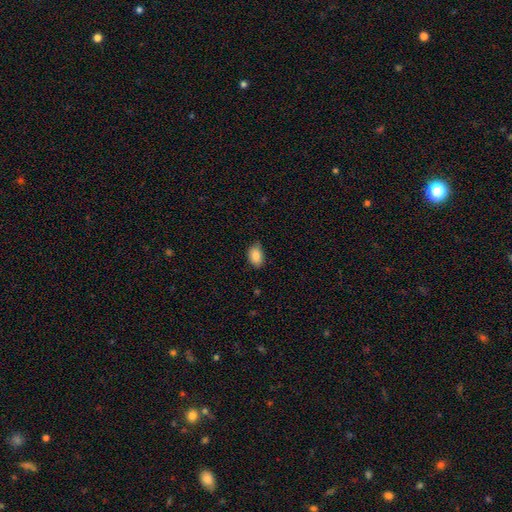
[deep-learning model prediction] This is clearly a smooth galaxy (86%). How rounded: clearly in between (86%). Merging: likely none (74%).